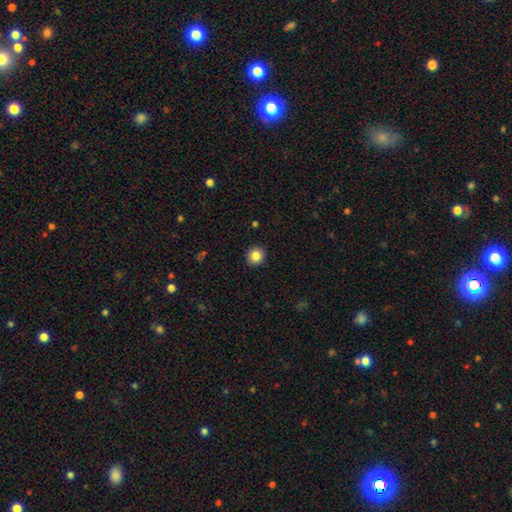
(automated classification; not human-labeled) smooth-or-featured: smooth: 84% | star or artifact: 10% | featured or disk: 6%
  how-rounded: round: 90% | in between: 9% | cigar-shaped: 1%
  merging: none: 92% | minor disturbance: 5% | major disturbance: 2% | merger: 1%